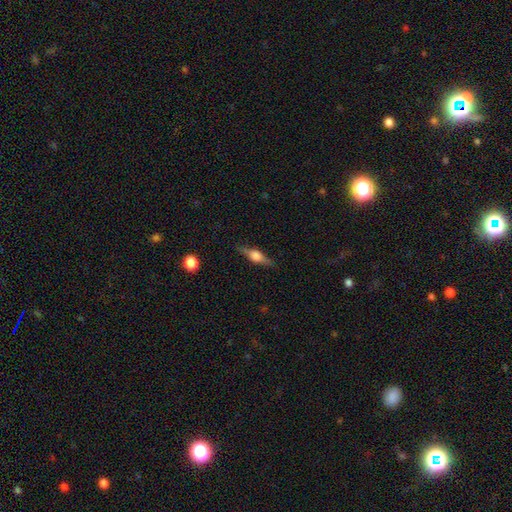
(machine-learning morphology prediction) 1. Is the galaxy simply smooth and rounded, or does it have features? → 72% featured or disk, 21% smooth, 7% star or artifact.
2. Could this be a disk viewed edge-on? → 97% yes, 3% no.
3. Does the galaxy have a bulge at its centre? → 89% rounded, 9% boxy, 2% none.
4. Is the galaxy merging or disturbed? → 86% none, 10% minor disturbance, 3% major disturbance, 1% merger.